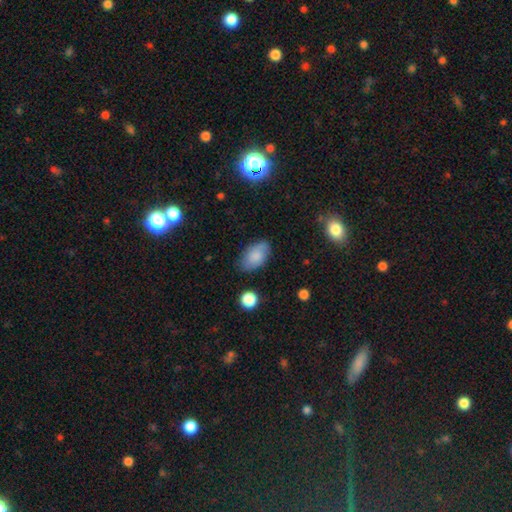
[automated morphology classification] This appears to be a smooth galaxy with no disk features (78%) that is in between round and cigar-shaped (92%). Merging: none (77%).